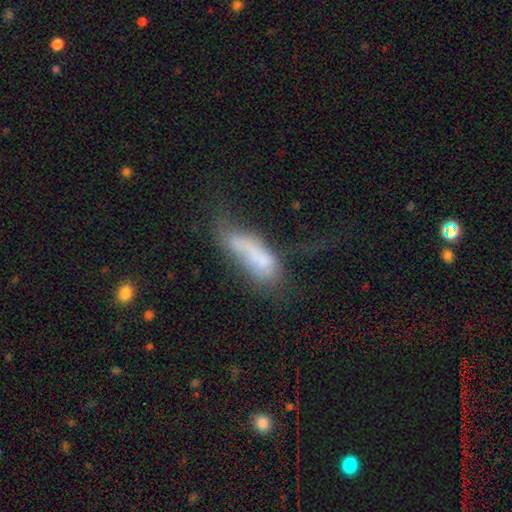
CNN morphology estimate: A smooth galaxy with no disk features (56%) that is in between round and cigar-shaped (59%).

Vote fractions:
- Smooth or featured? smooth: 56% / featured or disk: 34% / star or artifact: 11%
- How rounded? in between: 59% / cigar-shaped: 38% / round: 3%
- Merging? major disturbance: 37% / merger: 21% / none: 21% / minor disturbance: 20%